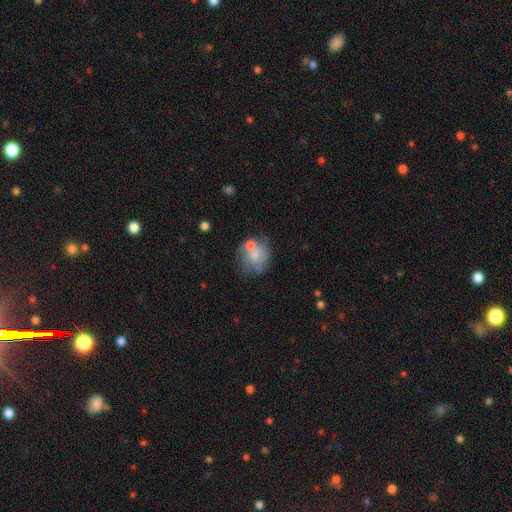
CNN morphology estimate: A smooth galaxy with no disk features (52%) that is round (61%).

Vote fractions:
- Smooth or featured? smooth: 52% / featured or disk: 39% / star or artifact: 9%
- How rounded? round: 61% / in between: 38% / cigar-shaped: 1%
- Merging? none: 35% / merger: 32% / minor disturbance: 20% / major disturbance: 13%